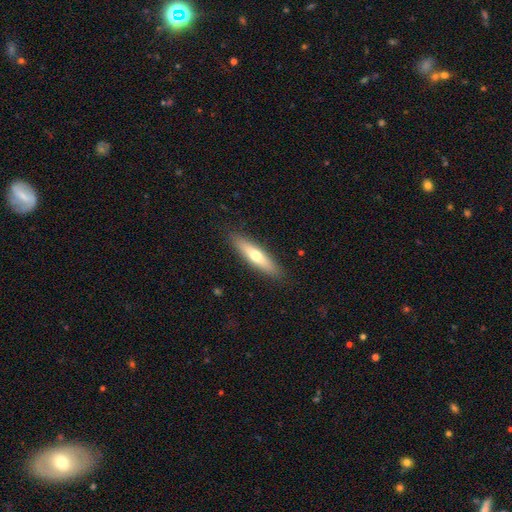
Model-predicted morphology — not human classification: A smooth galaxy with no disk features (57%) that is cigar-shaped (77%).

Vote fractions:
- Smooth or featured? smooth: 57% / featured or disk: 37% / star or artifact: 6%
- How rounded? cigar-shaped: 77% / in between: 22% / round: 2%
- Merging? none: 89% / minor disturbance: 8% / major disturbance: 2% / merger: 1%